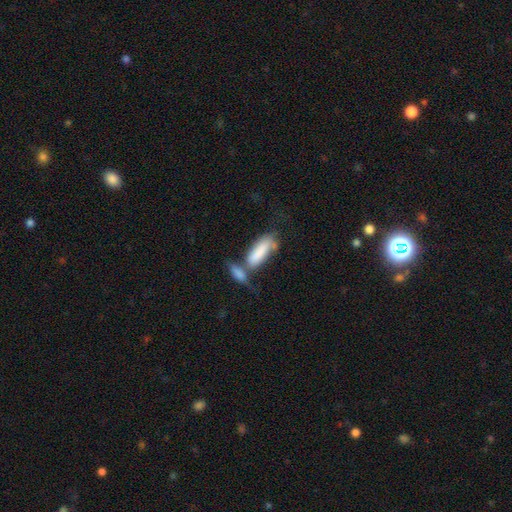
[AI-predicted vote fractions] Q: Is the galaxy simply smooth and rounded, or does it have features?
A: smooth — 79%.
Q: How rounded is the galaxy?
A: in between — 66%.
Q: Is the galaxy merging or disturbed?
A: merger — 55%.